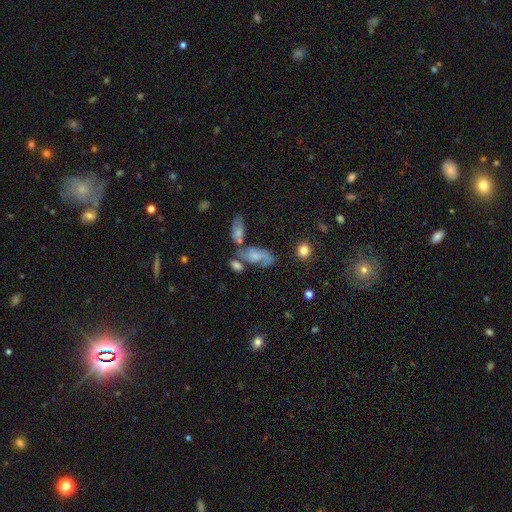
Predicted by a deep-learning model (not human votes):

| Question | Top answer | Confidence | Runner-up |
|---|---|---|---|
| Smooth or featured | featured or disk | 51% | smooth (37%) |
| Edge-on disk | no | 92% | yes (8%) |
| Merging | none | 34% | merger (28%) |